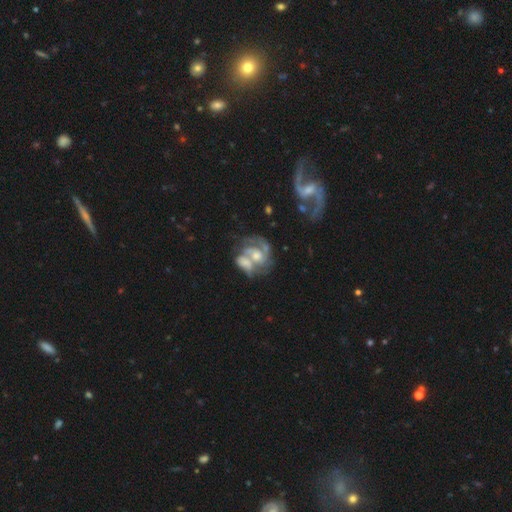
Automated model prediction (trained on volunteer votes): A featured or disk galaxy (75%) with no bar (58%), 2 (56%) medium (42%) spiral arms (76%) and a moderate central bulge (49%).

Vote fractions:
- Smooth or featured? featured or disk: 75% / smooth: 17% / star or artifact: 8%
- Edge-on disk? no: 97% / yes: 3%
- Bar? no: 58% / weak: 32% / strong: 10%
- Spiral arms? yes: 76% / no: 24%
- Spiral winding? medium: 42% / loose: 35% / tight: 23%
- Spiral arm count? 2: 56% / can't tell: 19% / 1: 12% / 3: 7% / 4: 3% / more than 4: 3%
- Bulge size? moderate: 49% / small: 25% / large: 13% / none: 11% / dominant: 2%
- Merging? merger: 51% / none: 23% / major disturbance: 15% / minor disturbance: 11%